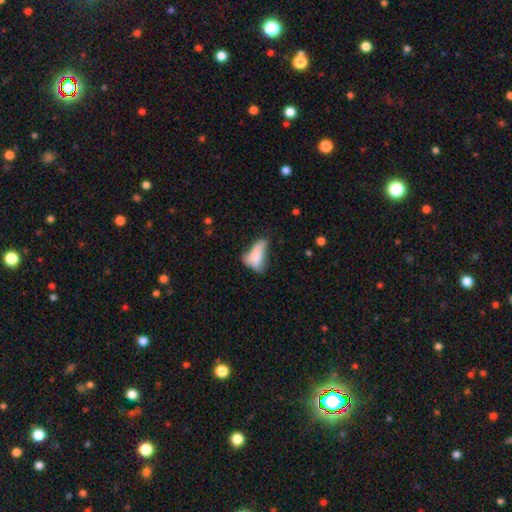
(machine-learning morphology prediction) Smooth or featured: smooth — 65% (featured or disk — 26%)
How rounded: in between — 84% (cigar-shaped — 10%)
Merging: major disturbance — 34% (minor disturbance — 28%)